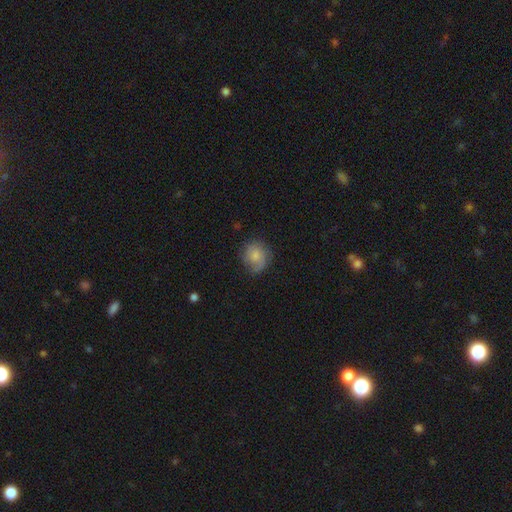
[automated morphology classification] smooth 70%, featured or disk 22%, star or artifact 8%. Down the decision tree: how rounded — round (83%); merging — none (68%).